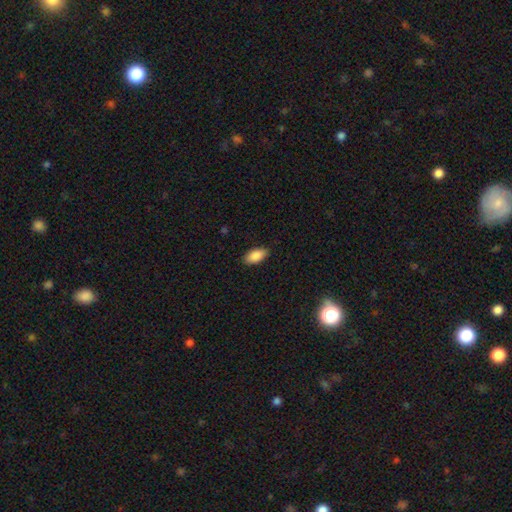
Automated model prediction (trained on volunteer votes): Overall: smooth (88%). How rounded: in between (92%). Merging: none (88%).